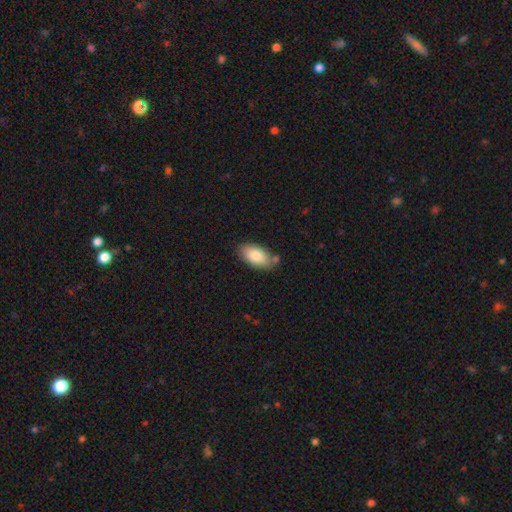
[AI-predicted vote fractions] This is clearly a smooth galaxy (83%). How rounded: clearly in between (94%). Merging: likely none (73%).